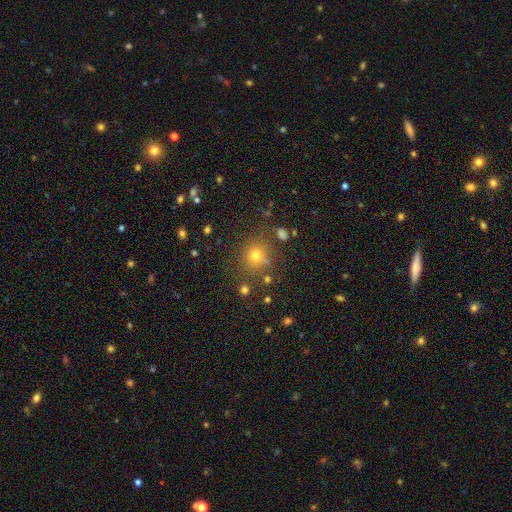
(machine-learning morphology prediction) This is likely a smooth galaxy (66%). How rounded: clearly round (83%). Merging: likely none (75%).